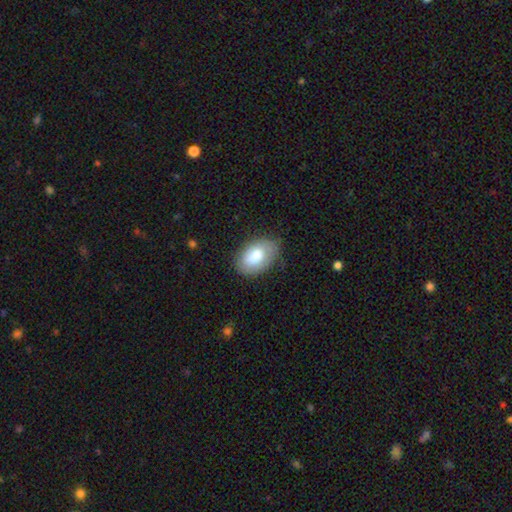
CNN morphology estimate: This is likely a smooth galaxy (77%). How rounded: clearly in between (91%). Merging: likely none (77%).